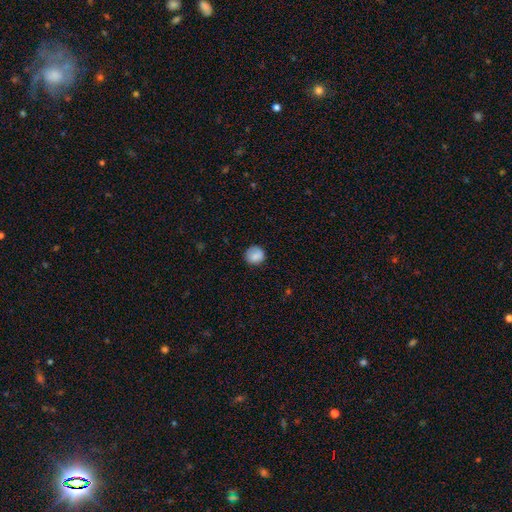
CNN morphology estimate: This is clearly a smooth galaxy (83%). How rounded: clearly round (89%). Merging: clearly none (80%).